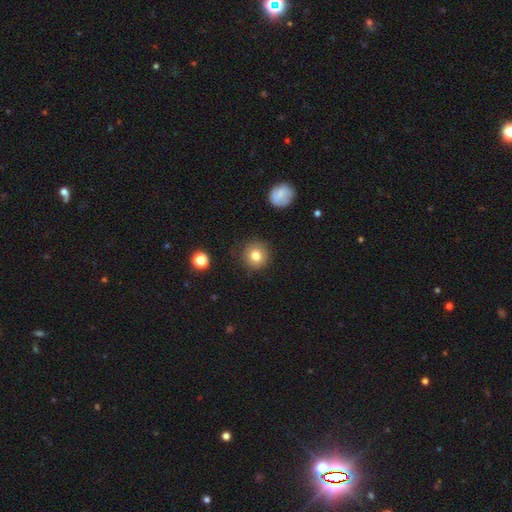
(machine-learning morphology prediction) This appears to be a smooth galaxy with no disk features (81%) that is round (93%). Merging: none (87%).